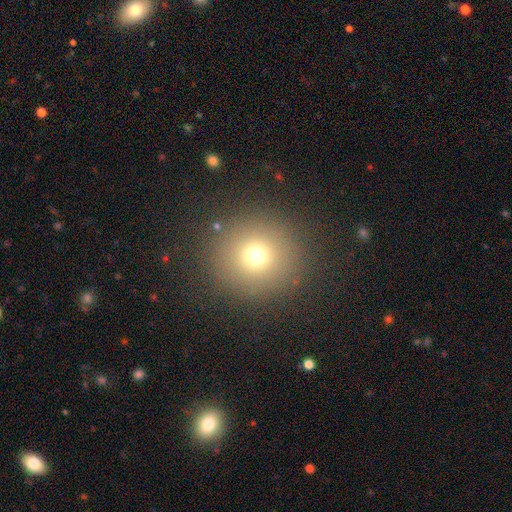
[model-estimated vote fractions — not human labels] Morphology: type=smooth (71%); roundness=round (94%); merging=none (89%).